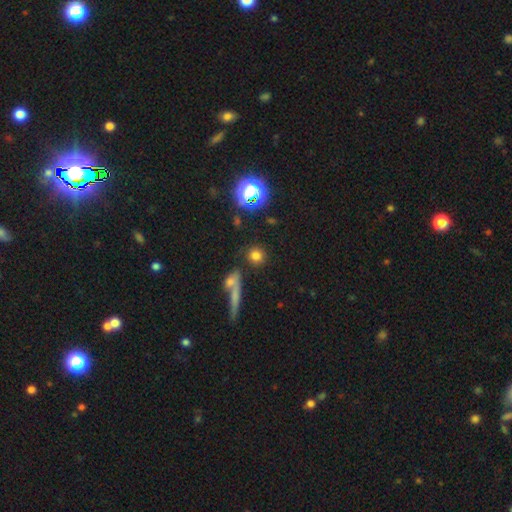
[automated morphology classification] type=smooth (74%); roundness=round (87%); merging=none (80%).